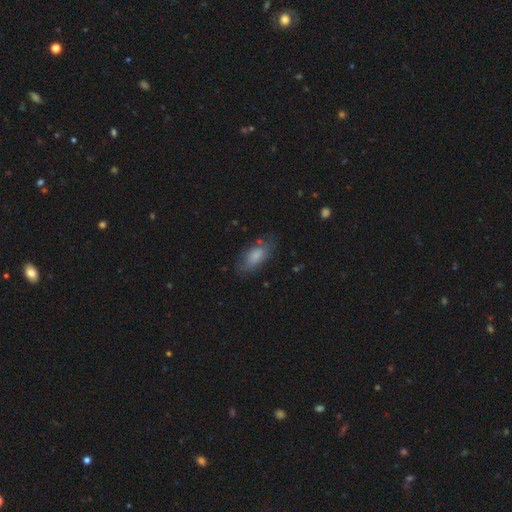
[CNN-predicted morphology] smooth-or-featured: smooth: 77% | featured or disk: 16% | star or artifact: 7%
  how-rounded: in between: 90% | cigar-shaped: 7% | round: 3%
  merging: none: 68% | minor disturbance: 22% | major disturbance: 9% | merger: 2%